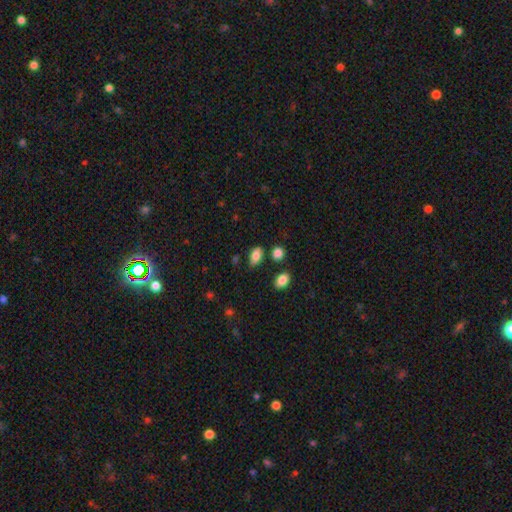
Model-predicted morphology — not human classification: Q: Smooth or featured?
A: smooth (82%); runner-up: featured or disk (9%)
Q: How rounded?
A: in between (88%); runner-up: round (10%)
Q: Merging?
A: none (71%); runner-up: minor disturbance (19%)